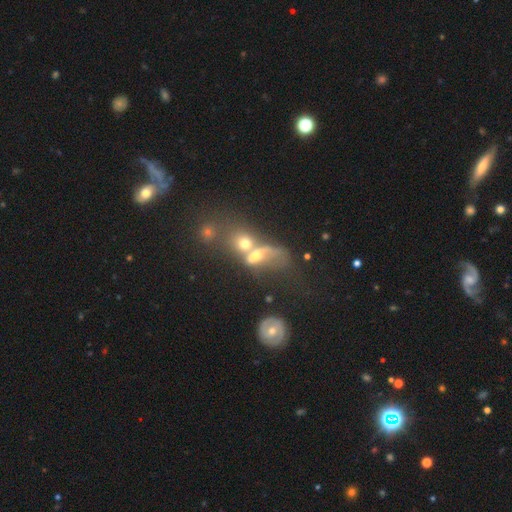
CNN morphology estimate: Smooth or featured?
  - smooth: 49% *
  - featured or disk: 35%
  - star or artifact: 16%
Merging?
  - merger: 65% *
  - major disturbance: 18%
  - none: 11%
  - minor disturbance: 6%